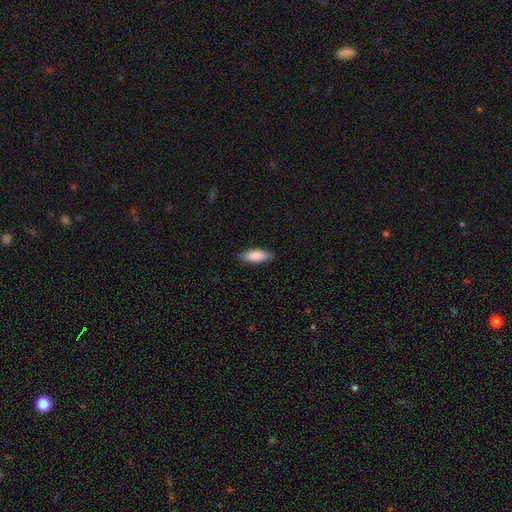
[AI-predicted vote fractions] smooth_or_featured: smooth (p=0.85) [alt: featured or disk p=0.10]
how_rounded: in between (p=0.65) [alt: cigar-shaped p=0.33]
merging: none (p=0.87) [alt: minor disturbance p=0.10]